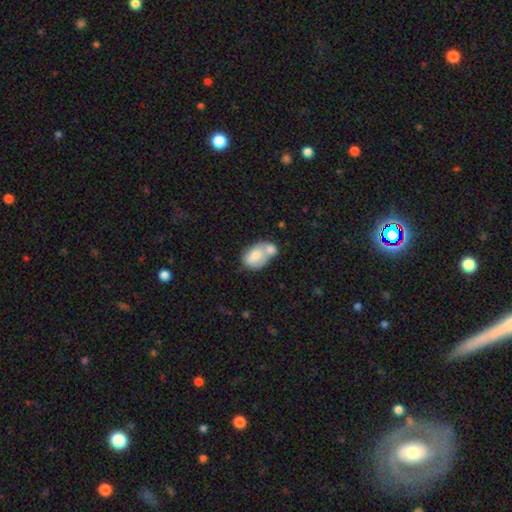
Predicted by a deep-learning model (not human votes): This appears to be a smooth galaxy with no disk features (71%) that is in between round and cigar-shaped (78%). Merging: merger (64%).